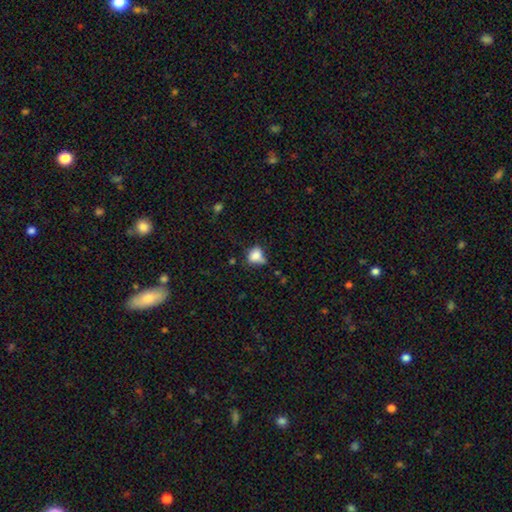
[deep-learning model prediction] Overall: smooth (78%). How rounded: in between (52%; round 46%). Merging: none (39%; minor disturbance 36%).